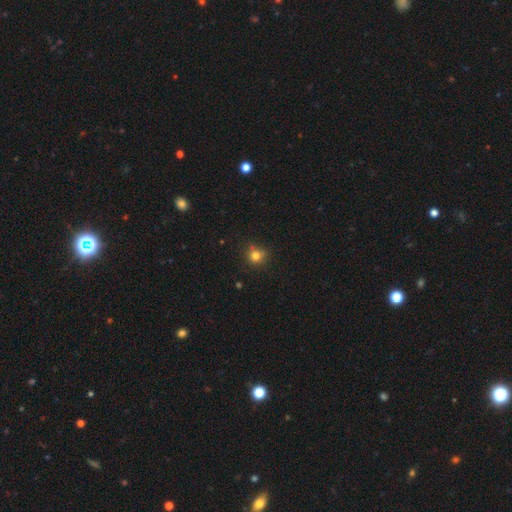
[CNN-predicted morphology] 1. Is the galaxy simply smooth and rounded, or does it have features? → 77% smooth, 15% star or artifact, 8% featured or disk.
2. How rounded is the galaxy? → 85% round, 14% in between, 1% cigar-shaped.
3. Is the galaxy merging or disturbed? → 71% none, 18% minor disturbance, 6% merger, 5% major disturbance.